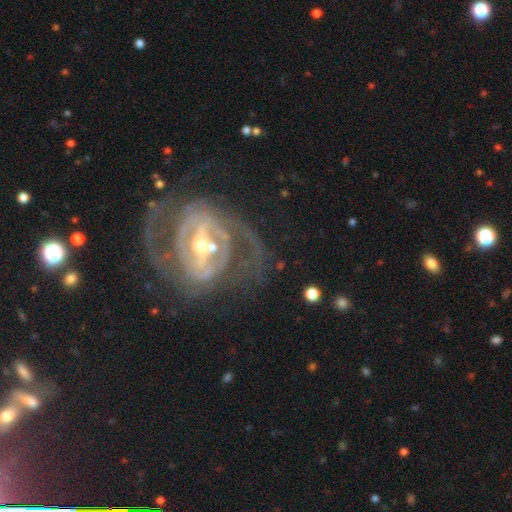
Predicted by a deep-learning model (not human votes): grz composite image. It shows a featured or disk galaxy (90%) with a strong bar (53%), 2 (54%) tight (50%) spiral arms (94%) and a moderate central bulge (54%). Merging: none (68%).